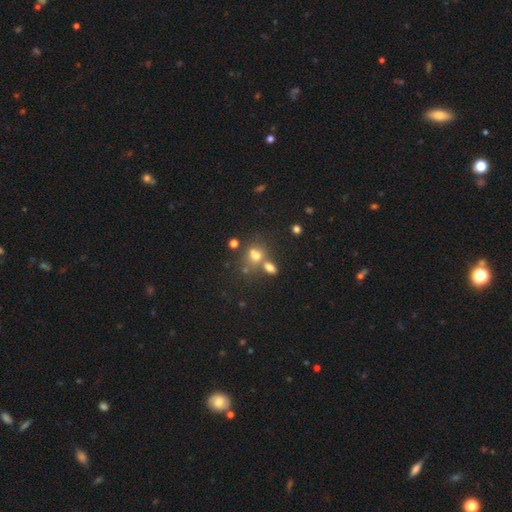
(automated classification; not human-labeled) This appears to be a smooth galaxy with no disk features (63%) that is round (58%). Merging: none (42%).